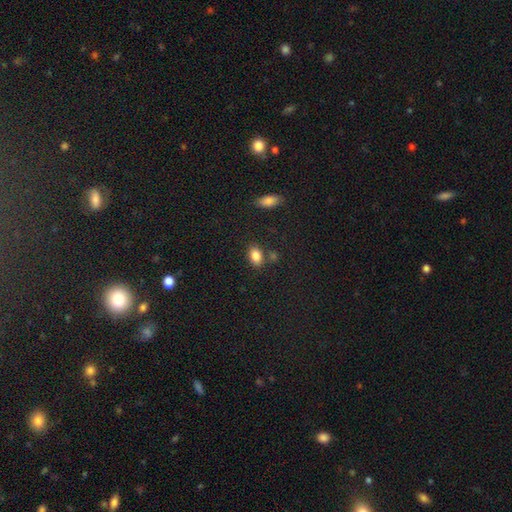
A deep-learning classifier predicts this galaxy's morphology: The model was most divided on "merging": none: 76%, minor disturbance: 12%, merger: 10%, major disturbance: 3%. More confident: how rounded — in between (86%); smooth or featured — smooth (85%).